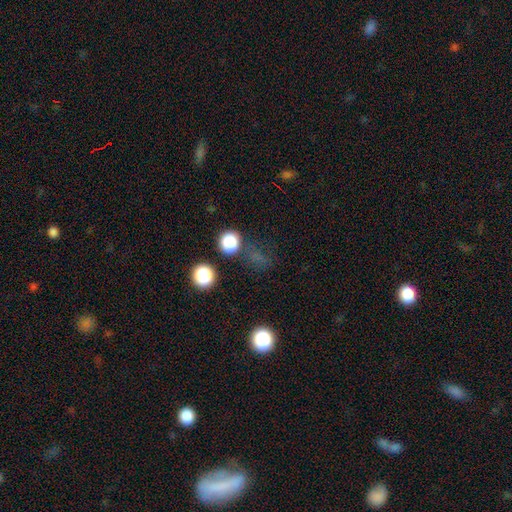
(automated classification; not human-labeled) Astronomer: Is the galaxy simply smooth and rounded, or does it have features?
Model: smooth — 52% (runner-up: star or artifact, 38%).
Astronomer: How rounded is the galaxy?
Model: round — 71%.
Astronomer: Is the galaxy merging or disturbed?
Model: none — 67%.